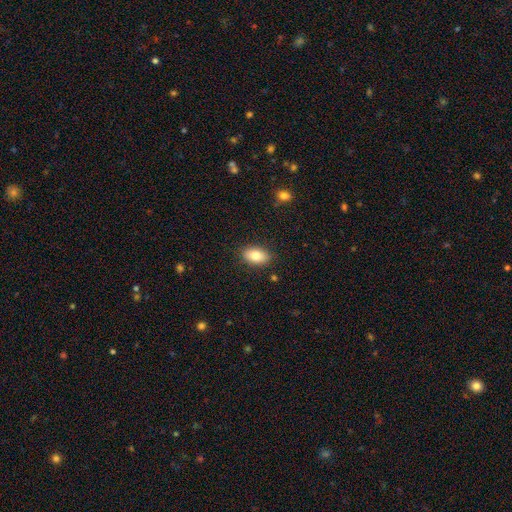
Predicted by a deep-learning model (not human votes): A smooth galaxy with no disk features (83%) that is in between round and cigar-shaped (91%).

Vote fractions:
- Smooth or featured? smooth: 83% / featured or disk: 10% / star or artifact: 7%
- How rounded? in between: 91% / round: 6% / cigar-shaped: 3%
- Merging? none: 87% / minor disturbance: 10% / major disturbance: 2% / merger: 1%